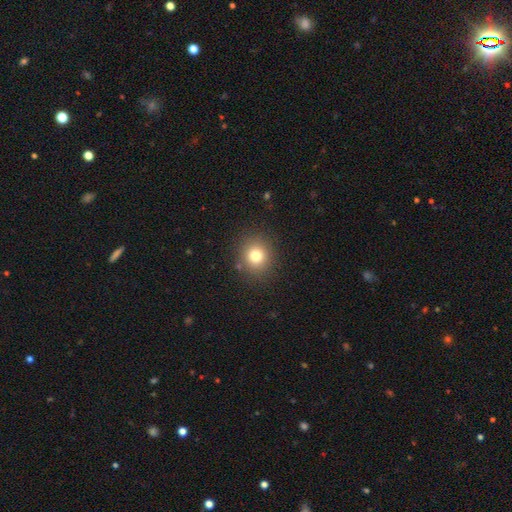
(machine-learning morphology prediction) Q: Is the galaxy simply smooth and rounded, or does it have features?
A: smooth — 77%.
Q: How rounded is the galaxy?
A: round — 84%.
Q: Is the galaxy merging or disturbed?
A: none — 87%.